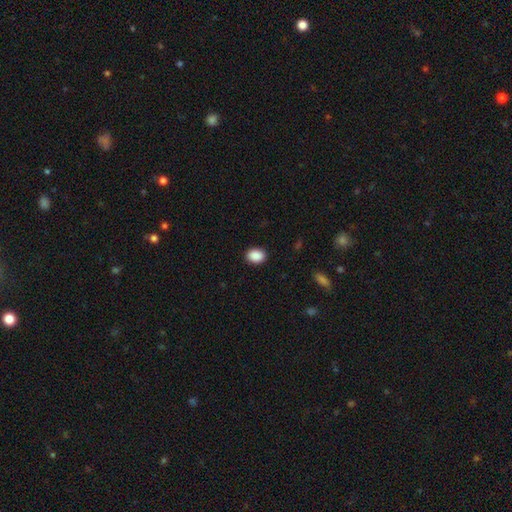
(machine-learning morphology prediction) Smooth or featured?
  - smooth: 90% *
  - star or artifact: 8%
  - featured or disk: 2%
How rounded?
  - in between: 64% *
  - round: 35%
  - cigar-shaped: 1%
Merging?
  - none: 90% *
  - minor disturbance: 7%
  - major disturbance: 2%
  - merger: 1%